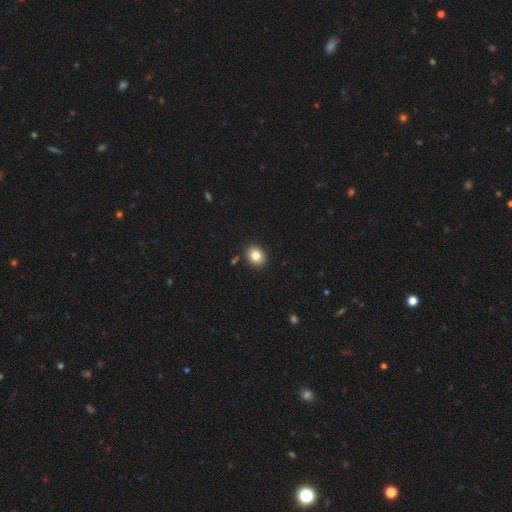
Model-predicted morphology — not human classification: Q: Smooth or featured?
A: smooth (83%); runner-up: star or artifact (10%)
Q: How rounded?
A: round (54%); runner-up: in between (45%)
Q: Merging?
A: none (89%); runner-up: minor disturbance (7%)